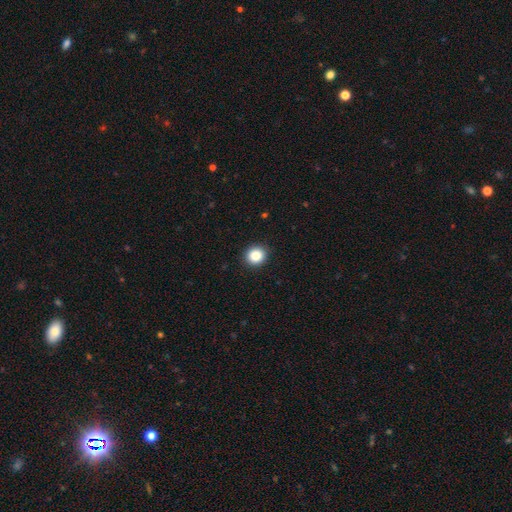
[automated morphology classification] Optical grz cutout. It shows a smooth galaxy with no disk features (86%) that is round (88%). Merging: none (92%).